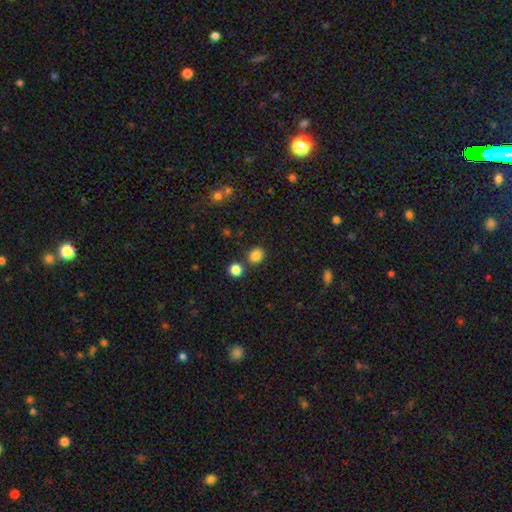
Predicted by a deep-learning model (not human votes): Overall: smooth (84%). How rounded: round (71%). Merging: none (78%).